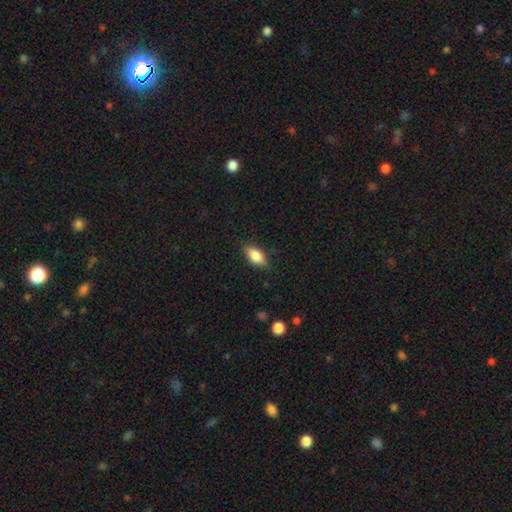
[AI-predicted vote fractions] This appears to be a smooth galaxy with no disk features (83%) that is in between round and cigar-shaped (88%). Merging: none (83%).